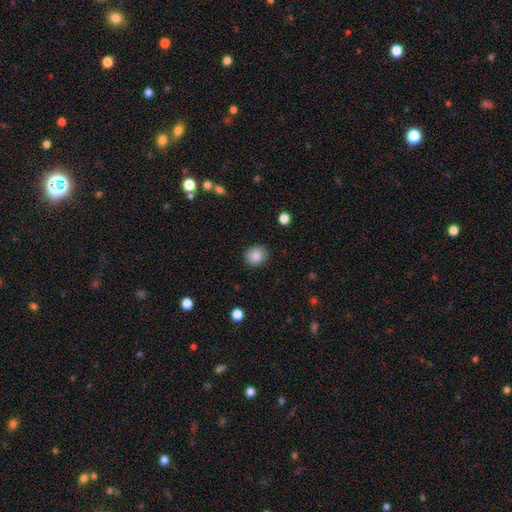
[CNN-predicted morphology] Overall: smooth (87%). How rounded: round (80%). Merging: none (87%).